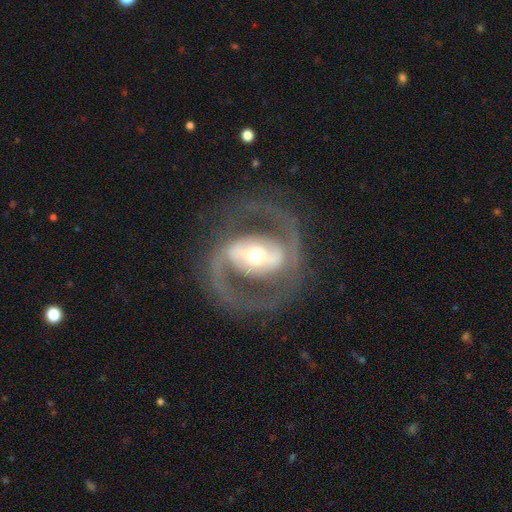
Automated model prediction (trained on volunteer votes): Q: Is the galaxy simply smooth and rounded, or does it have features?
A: featured or disk — 88%.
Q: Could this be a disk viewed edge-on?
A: no — 96%.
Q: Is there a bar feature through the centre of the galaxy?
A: strong — 55%.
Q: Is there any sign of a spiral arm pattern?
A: yes — 87%.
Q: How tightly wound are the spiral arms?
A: medium — 55%.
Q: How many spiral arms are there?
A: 2 — 90%.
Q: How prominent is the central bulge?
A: moderate — 61%.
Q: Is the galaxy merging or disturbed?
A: none — 77%.